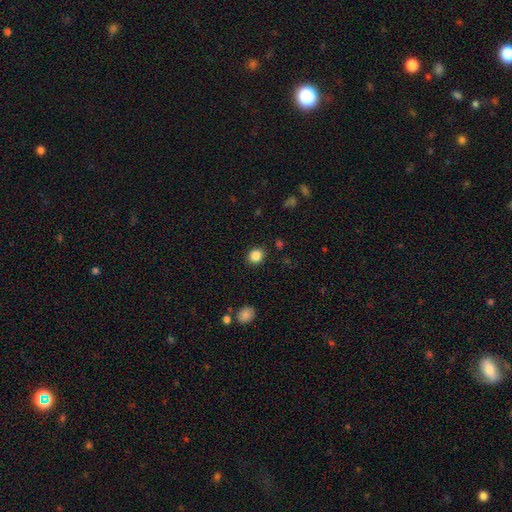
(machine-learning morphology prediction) type=smooth (85%); roundness=round (72%); merging=none (89%).